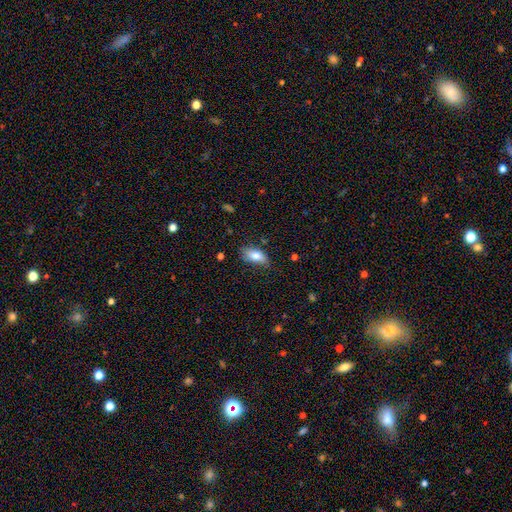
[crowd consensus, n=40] This appears to be a smooth galaxy with no disk features (82%) that is in between round and cigar-shaped (88%). Merging: none (63%).